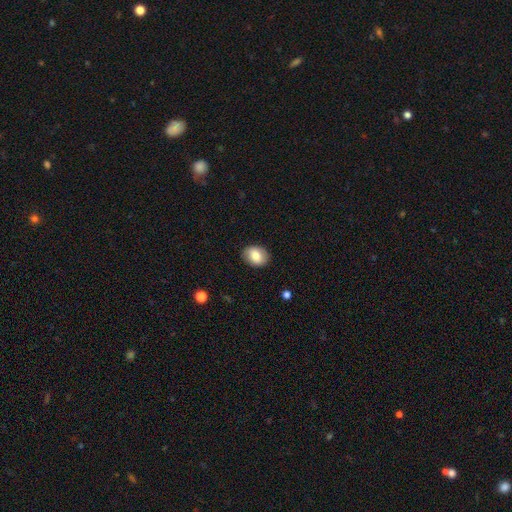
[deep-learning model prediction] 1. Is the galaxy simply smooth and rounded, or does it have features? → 81% smooth, 11% featured or disk, 7% star or artifact.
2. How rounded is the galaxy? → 66% in between, 33% round, 1% cigar-shaped.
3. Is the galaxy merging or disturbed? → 87% none, 10% minor disturbance, 2% major disturbance, 1% merger.